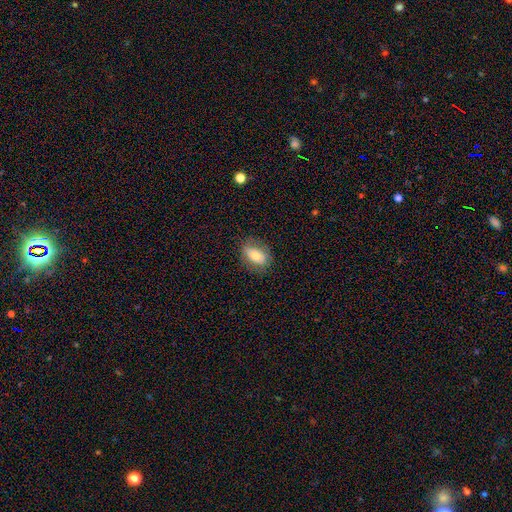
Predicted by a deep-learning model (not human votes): This appears to be a smooth galaxy with no disk features (69%) that is in between round and cigar-shaped (85%). Merging: none (78%).